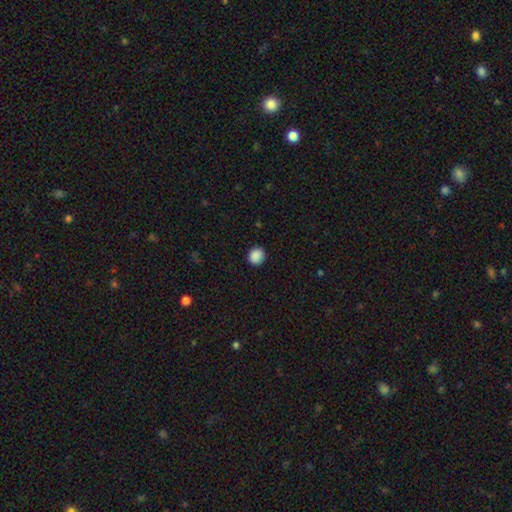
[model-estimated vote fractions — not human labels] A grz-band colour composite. It shows a smooth galaxy with no disk features (89%) that is round (86%). Merging: none (90%).